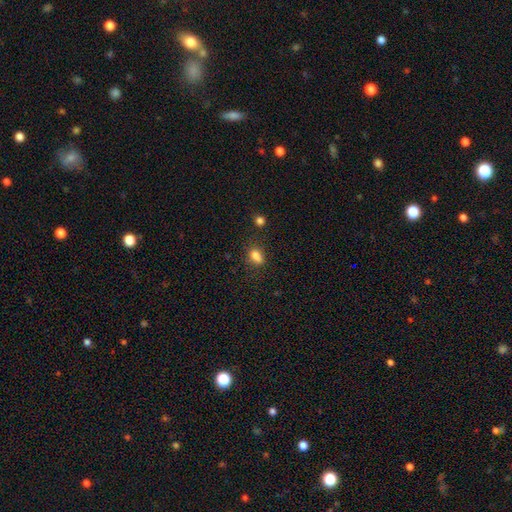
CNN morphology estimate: type=smooth (79%); roundness=in between (72%); merging=none (58%).